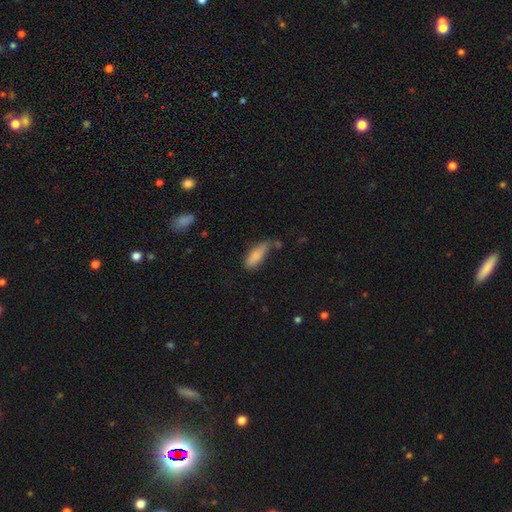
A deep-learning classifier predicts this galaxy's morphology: Smooth or featured? smooth (85%)
How rounded? in between (65%)
Merging? none (48%)